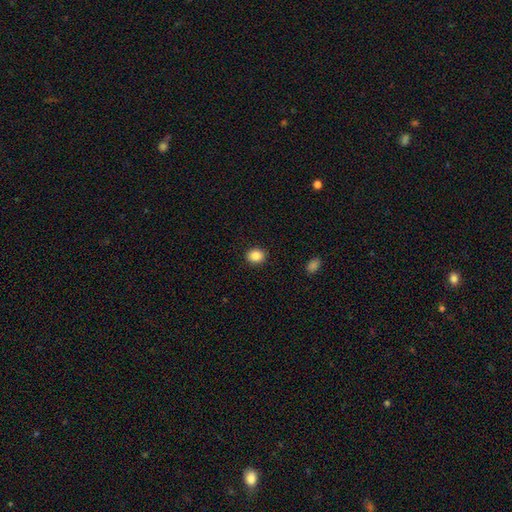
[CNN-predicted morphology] smooth 87%, star or artifact 9%, featured or disk 4%. Down the decision tree: how rounded — round (66%); merging — none (91%).